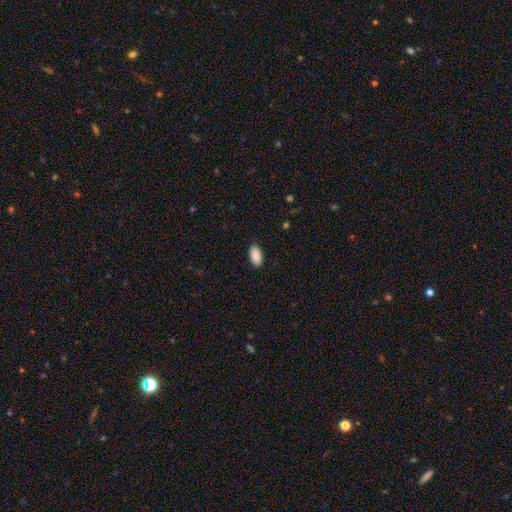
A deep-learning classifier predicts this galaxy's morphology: type=smooth (90%); roundness=in between (94%); merging=none (88%).